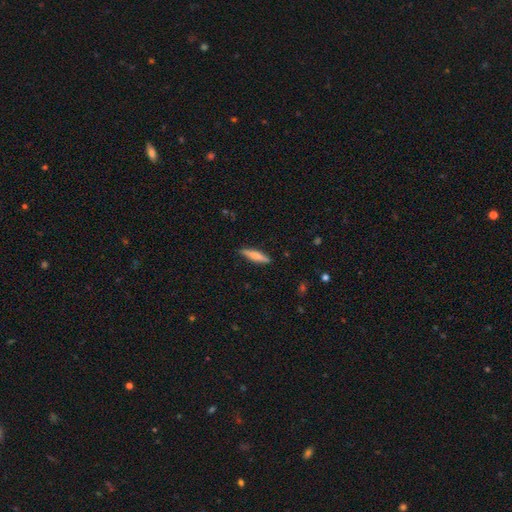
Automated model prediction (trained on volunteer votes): Smooth or featured: smooth — 69% (featured or disk — 25%)
How rounded: cigar-shaped — 82% (in between — 16%)
Merging: none — 88% (minor disturbance — 9%)